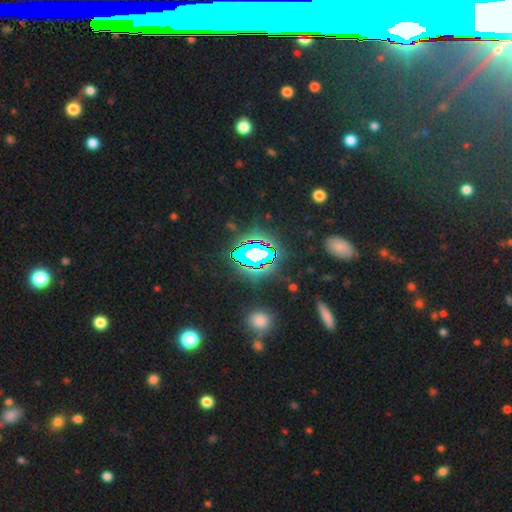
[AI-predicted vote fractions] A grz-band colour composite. It shows a star or artifact, not a galaxy (77%).